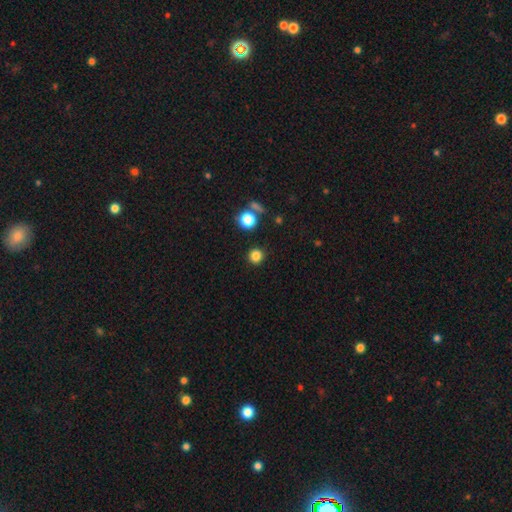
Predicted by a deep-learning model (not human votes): Smooth or featured: smooth — 83% (star or artifact — 13%)
How rounded: round — 94% (in between — 5%)
Merging: none — 90% (minor disturbance — 5%)